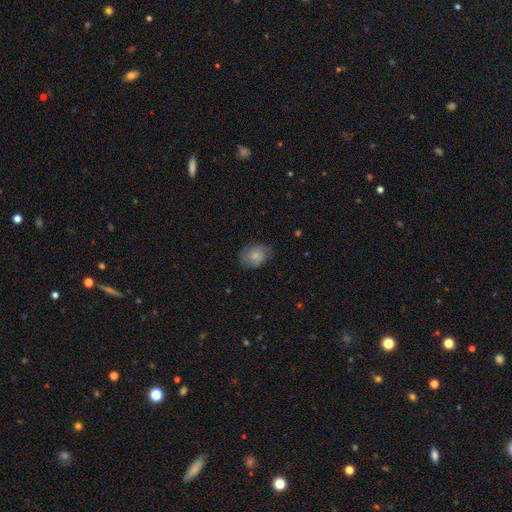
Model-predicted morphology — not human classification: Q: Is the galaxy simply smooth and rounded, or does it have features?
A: smooth — 64%.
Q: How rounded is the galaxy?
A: in between — 53%.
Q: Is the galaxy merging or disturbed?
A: none — 68%.